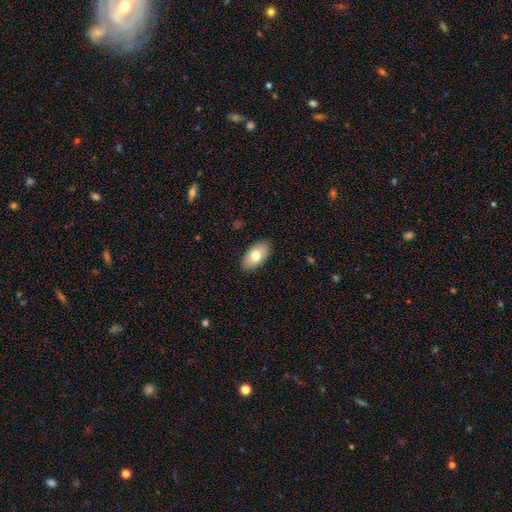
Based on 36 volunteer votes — Volunteers were most divided on "merging": none: 89%, minor disturbance: 11%, major disturbance: 0%, merger: 0%. More confident: how rounded — in between (97%); smooth or featured — smooth (89%).